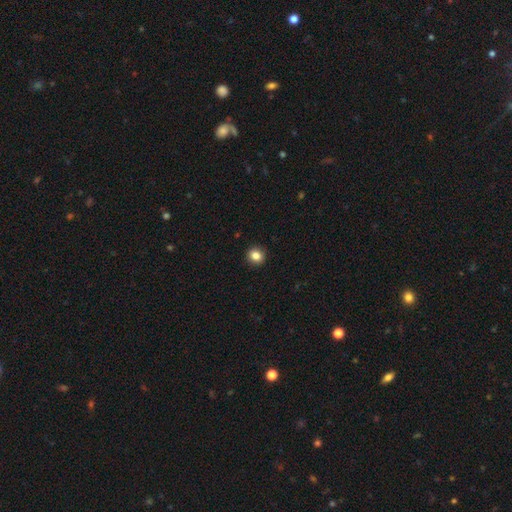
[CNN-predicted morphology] Smooth or featured? smooth (85%)
How rounded? round (82%)
Merging? none (92%)